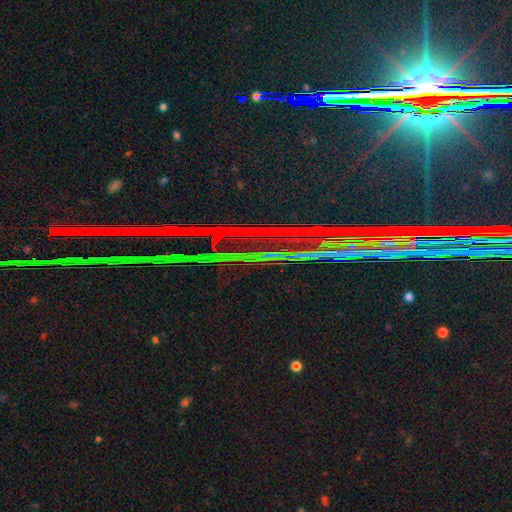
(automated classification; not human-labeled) smooth_or_featured: star or artifact (p=0.85) [alt: featured or disk p=0.10]